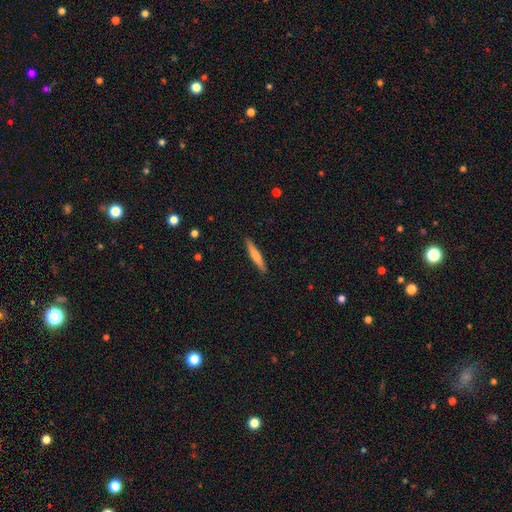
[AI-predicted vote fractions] smooth 65%, featured or disk 30%, star or artifact 5%. Down the decision tree: how rounded — cigar-shaped (92%); merging — none (91%).